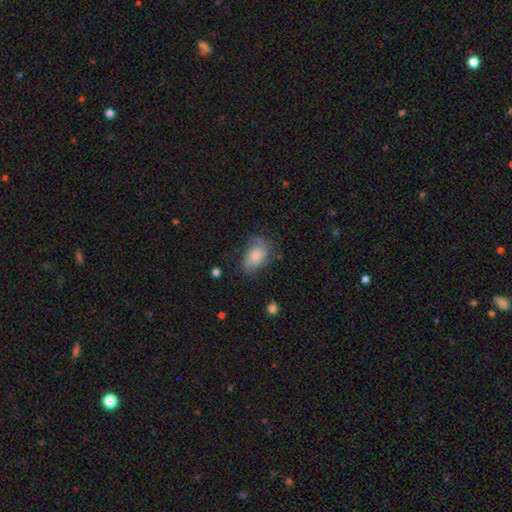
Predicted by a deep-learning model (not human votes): A smooth galaxy with no disk features (61%) that is in between round and cigar-shaped (84%).

Vote fractions:
- Smooth or featured? smooth: 61% / featured or disk: 30% / star or artifact: 8%
- How rounded? in between: 84% / round: 14% / cigar-shaped: 2%
- Merging? none: 53% / minor disturbance: 31% / major disturbance: 15% / merger: 2%